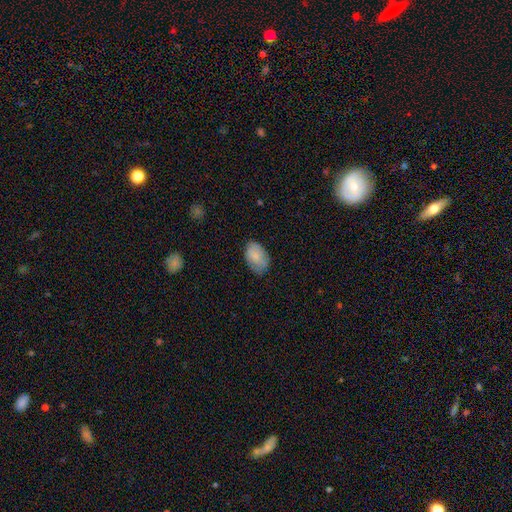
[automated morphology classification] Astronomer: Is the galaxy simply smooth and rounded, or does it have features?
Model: smooth — 81%.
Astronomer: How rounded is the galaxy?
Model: in between — 89%.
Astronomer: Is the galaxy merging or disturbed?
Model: none — 73%.